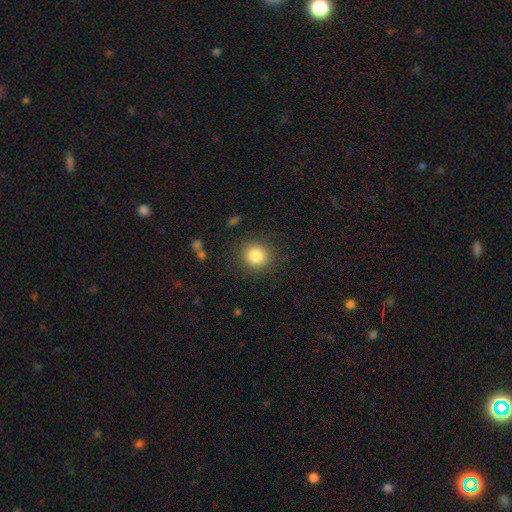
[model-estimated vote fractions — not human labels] Q: Smooth or featured?
A: smooth (84%); runner-up: star or artifact (10%)
Q: How rounded?
A: round (89%); runner-up: in between (10%)
Q: Merging?
A: none (88%); runner-up: minor disturbance (8%)